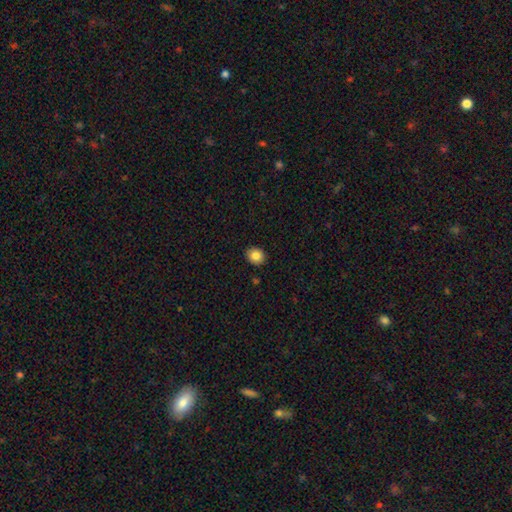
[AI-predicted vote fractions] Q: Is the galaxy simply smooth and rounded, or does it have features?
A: smooth — 85%.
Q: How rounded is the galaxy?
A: round — 74%.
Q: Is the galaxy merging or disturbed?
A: none — 90%.